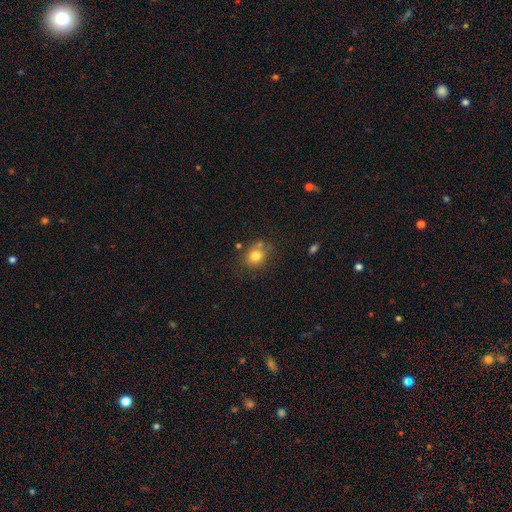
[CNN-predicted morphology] This appears to be a smooth galaxy with no disk features (79%) that is round (77%). Merging: none (69%).